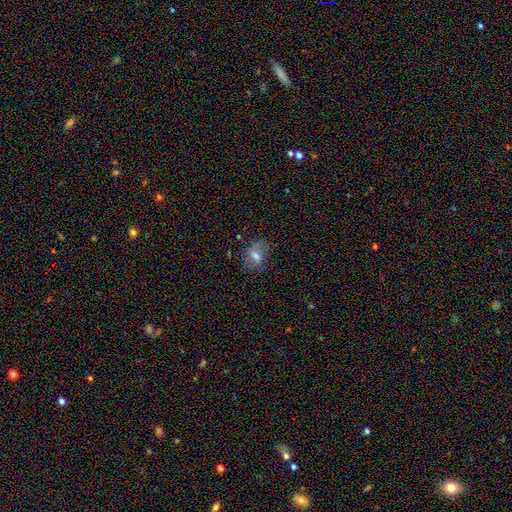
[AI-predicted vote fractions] Smooth or featured? smooth (58%)
How rounded? in between (72%)
Merging? none (68%)